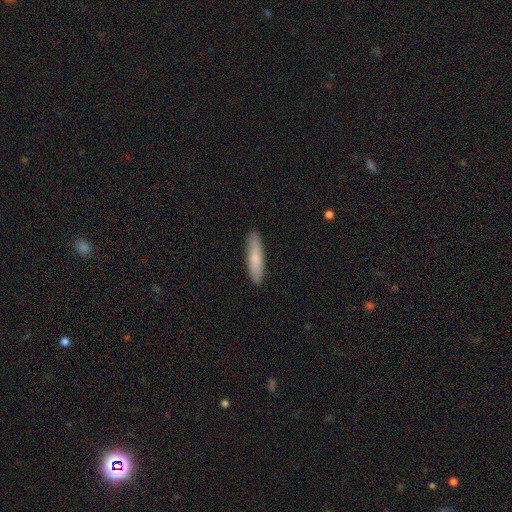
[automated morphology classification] smooth_or_featured: smooth (p=0.79) [alt: featured or disk p=0.16]
how_rounded: cigar-shaped (p=0.80) [alt: in between p=0.19]
merging: none (p=0.90) [alt: minor disturbance p=0.08]